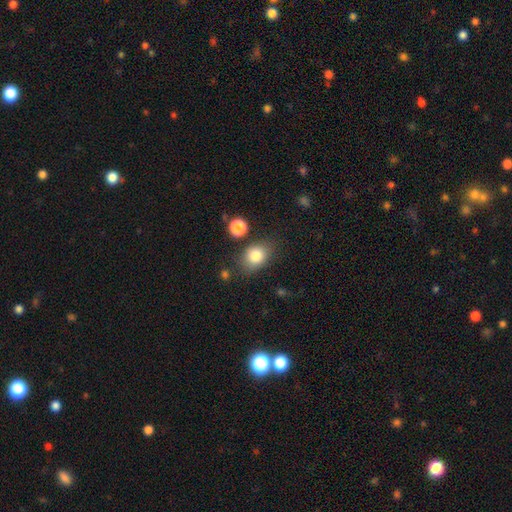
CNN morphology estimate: Smooth or featured?
  - smooth: 82% *
  - star or artifact: 10%
  - featured or disk: 8%
How rounded?
  - in between: 61% *
  - round: 38%
  - cigar-shaped: 1%
Merging?
  - none: 74% *
  - minor disturbance: 16%
  - major disturbance: 5%
  - merger: 5%